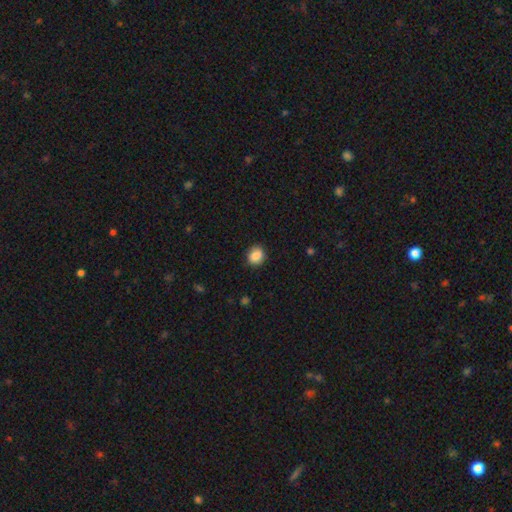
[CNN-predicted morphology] Overall: smooth (86%). How rounded: round (73%). Merging: none (87%).